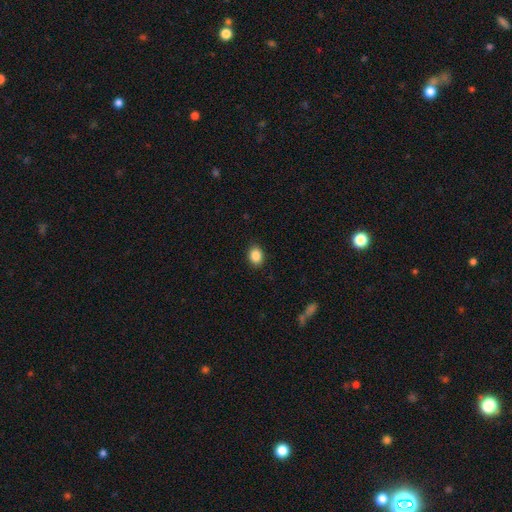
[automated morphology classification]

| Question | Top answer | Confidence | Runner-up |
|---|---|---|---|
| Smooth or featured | smooth | 87% | star or artifact (9%) |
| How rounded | in between | 63% | round (36%) |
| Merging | none | 89% | minor disturbance (8%) |